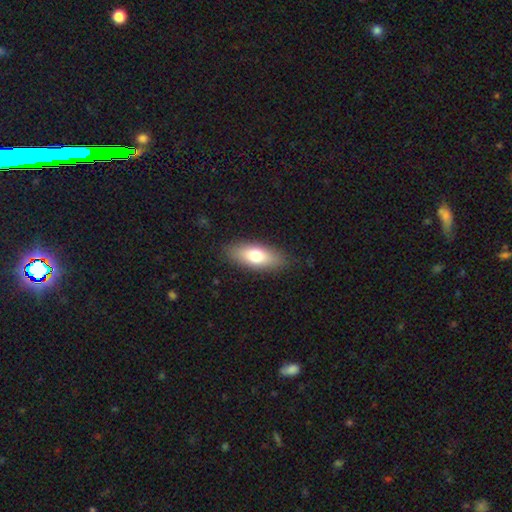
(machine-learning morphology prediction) Smooth or featured: smooth — 73% (featured or disk — 20%)
How rounded: in between — 78% (cigar-shaped — 19%)
Merging: none — 86% (minor disturbance — 10%)